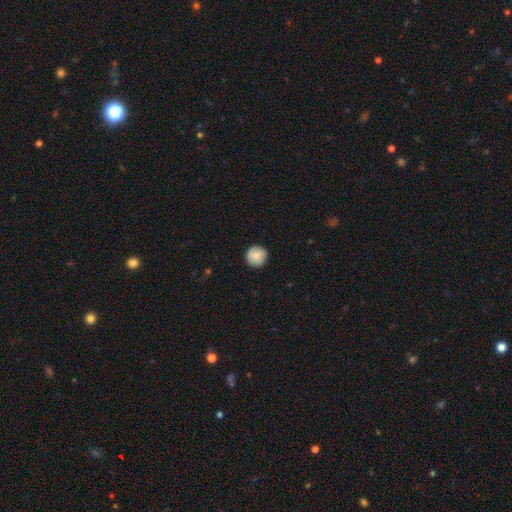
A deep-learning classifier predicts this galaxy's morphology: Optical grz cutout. It shows a smooth galaxy with no disk features (86%) that is round (96%). Merging: none (90%).